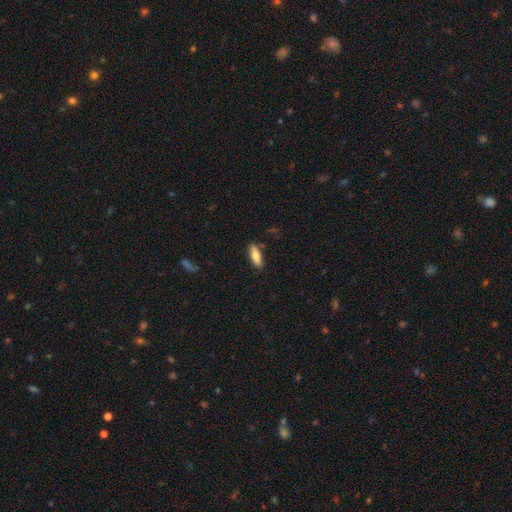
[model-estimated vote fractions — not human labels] Overall: smooth (75%). How rounded: in between (59%; cigar-shaped 39%). Merging: none (86%).